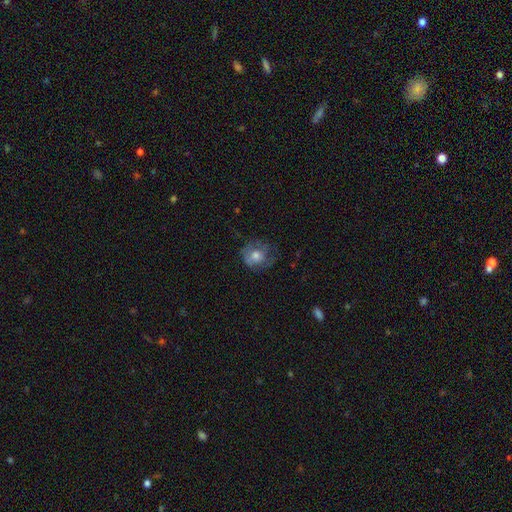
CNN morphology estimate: Smooth or featured? Predicted: smooth (p=0.50). Merging? Predicted: none (p=0.59).